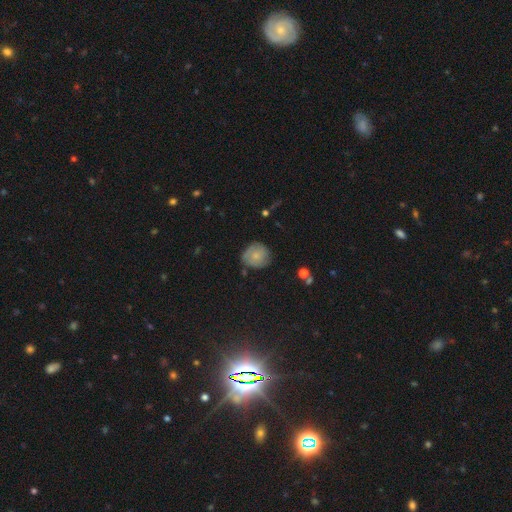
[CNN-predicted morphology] type=smooth (65%); roundness=round (82%); merging=none (67%).